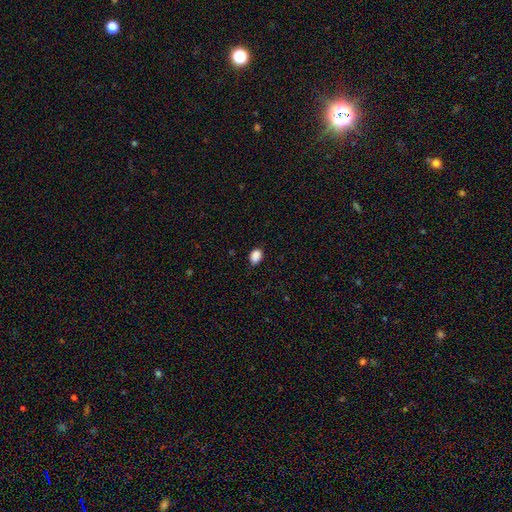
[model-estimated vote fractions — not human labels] This appears to be a smooth galaxy with no disk features (88%) that is in between round and cigar-shaped (76%). Merging: none (80%).